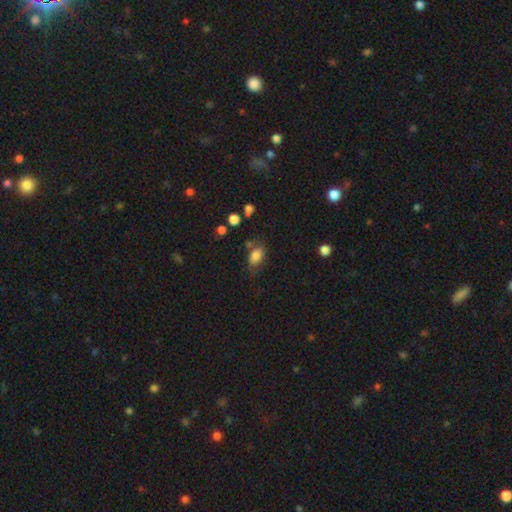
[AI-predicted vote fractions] This is likely a smooth galaxy (79%). How rounded: clearly in between (86%). Merging: possibly none (59%).